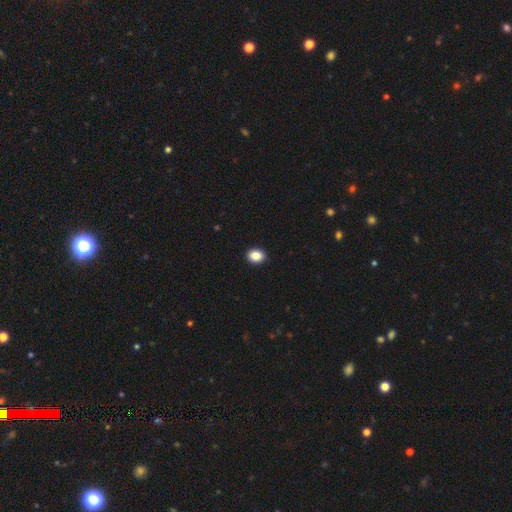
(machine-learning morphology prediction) Q: Smooth or featured?
A: smooth (88%); runner-up: star or artifact (9%)
Q: How rounded?
A: in between (50%); runner-up: round (49%)
Q: Merging?
A: none (92%); runner-up: minor disturbance (5%)